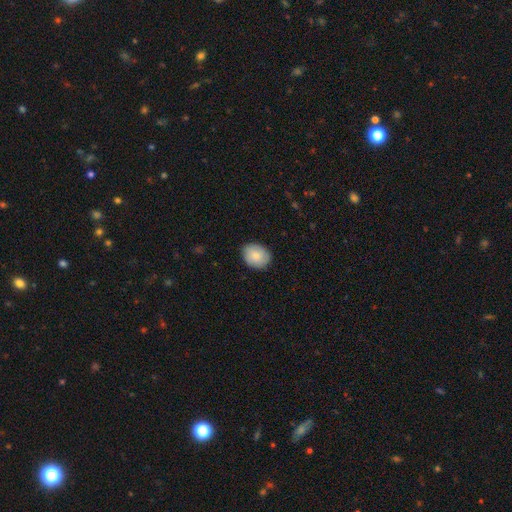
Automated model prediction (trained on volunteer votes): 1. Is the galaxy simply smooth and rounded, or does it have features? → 82% smooth, 12% featured or disk, 6% star or artifact.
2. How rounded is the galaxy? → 52% round, 47% in between, 1% cigar-shaped.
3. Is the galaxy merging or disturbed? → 86% none, 11% minor disturbance, 2% major disturbance, 1% merger.